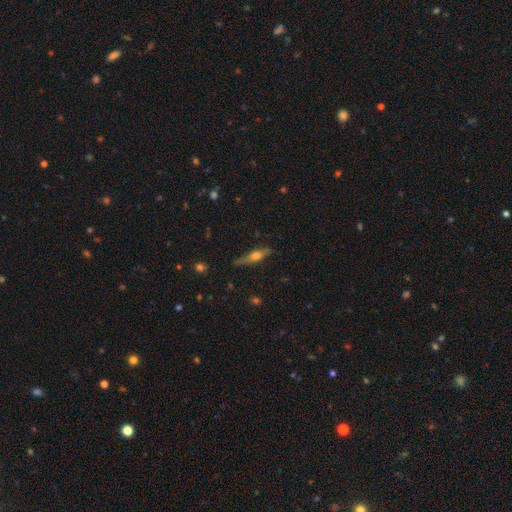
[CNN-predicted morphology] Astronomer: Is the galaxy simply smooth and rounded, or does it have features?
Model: featured or disk — 59%.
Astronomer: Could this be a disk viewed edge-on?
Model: yes — 93%.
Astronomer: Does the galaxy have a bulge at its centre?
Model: rounded — 82%.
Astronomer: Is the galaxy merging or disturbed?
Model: none — 77%.